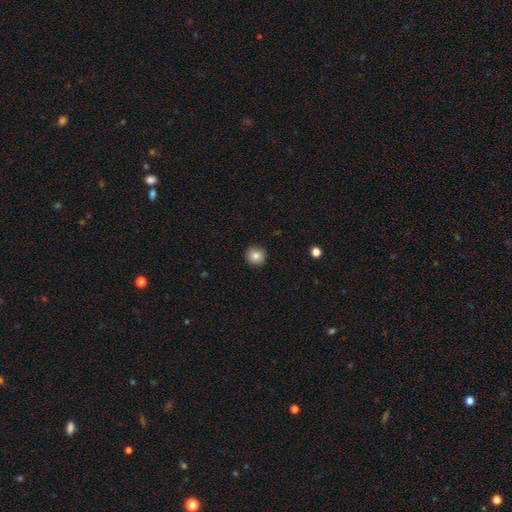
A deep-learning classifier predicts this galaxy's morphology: Smooth or featured: smooth — 81% (star or artifact — 10%)
How rounded: round — 94% (in between — 5%)
Merging: none — 91% (minor disturbance — 7%)